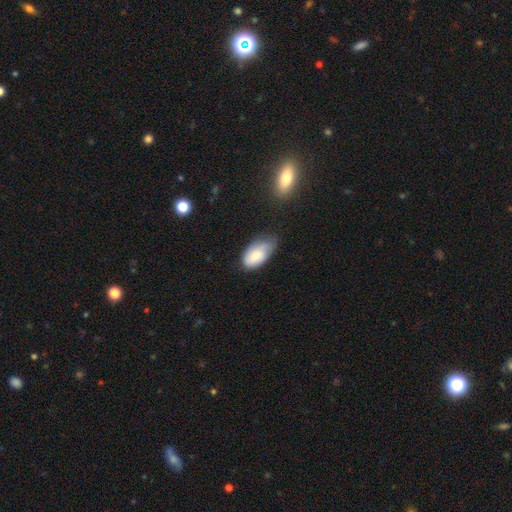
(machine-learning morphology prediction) type=smooth (70%); roundness=in between (94%); merging=none (44%).